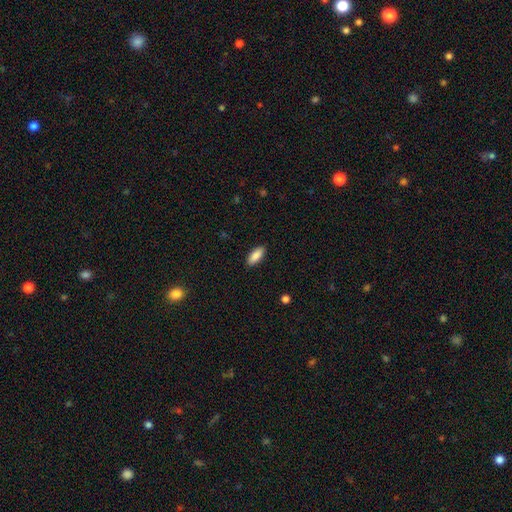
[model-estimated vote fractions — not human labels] Morphology: type=smooth (89%); roundness=in between (84%); merging=none (90%).